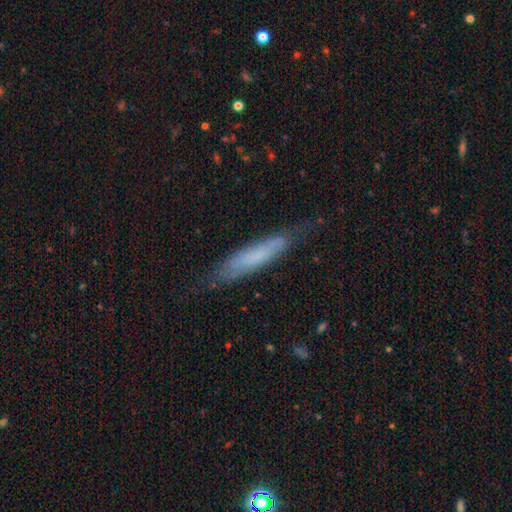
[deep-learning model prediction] smooth_or_featured: smooth (p=0.52) [alt: featured or disk p=0.40]
how_rounded: cigar-shaped (p=0.89) [alt: in between p=0.09]
merging: none (p=0.72) [alt: minor disturbance p=0.21]